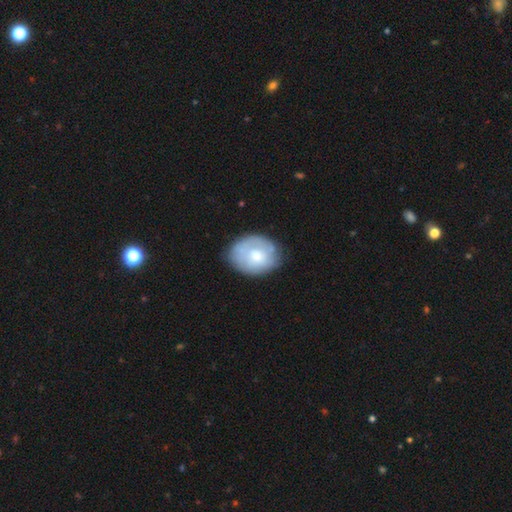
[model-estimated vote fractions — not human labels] smooth-or-featured: smooth: 58% | featured or disk: 36% | star or artifact: 6%
  how-rounded: in between: 57% | round: 42% | cigar-shaped: 1%
  merging: none: 66% | minor disturbance: 24% | major disturbance: 8% | merger: 2%